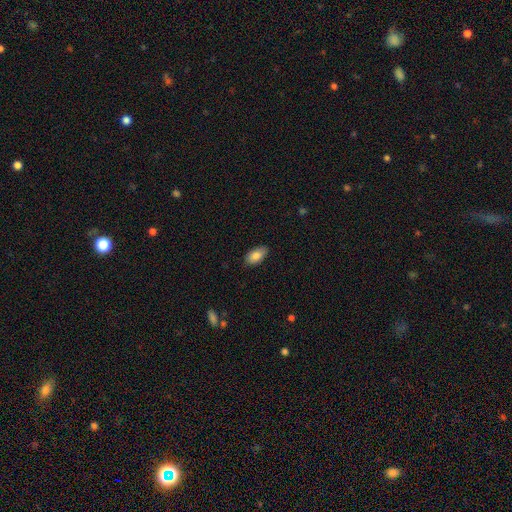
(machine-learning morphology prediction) Smooth or featured? smooth (84%)
How rounded? in between (93%)
Merging? none (84%)